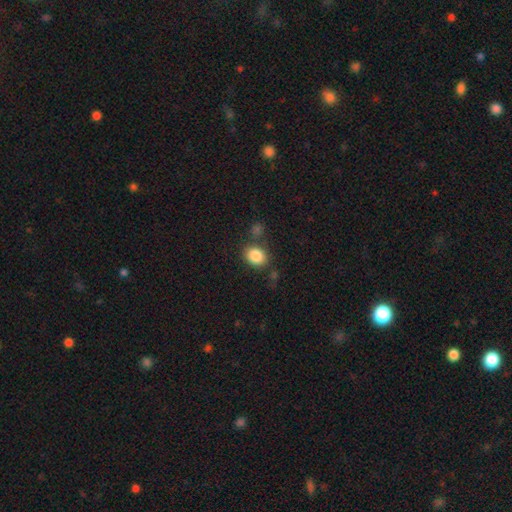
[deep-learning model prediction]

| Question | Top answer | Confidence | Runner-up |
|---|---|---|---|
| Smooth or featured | smooth | 86% | star or artifact (9%) |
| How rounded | round | 54% | in between (45%) |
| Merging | none | 74% | minor disturbance (12%) |